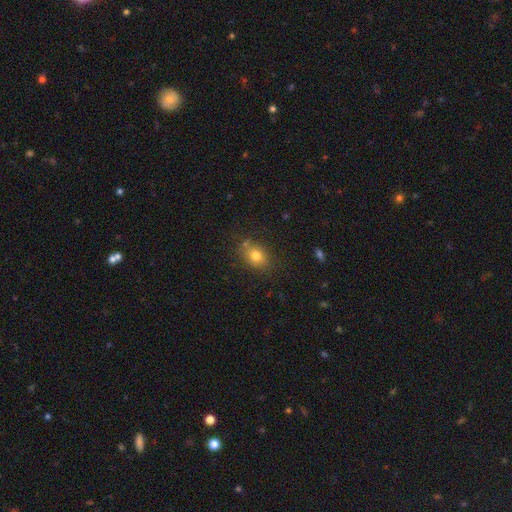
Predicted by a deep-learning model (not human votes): This is likely a smooth galaxy (77%). How rounded: possibly in between (53%). Merging: likely none (74%).